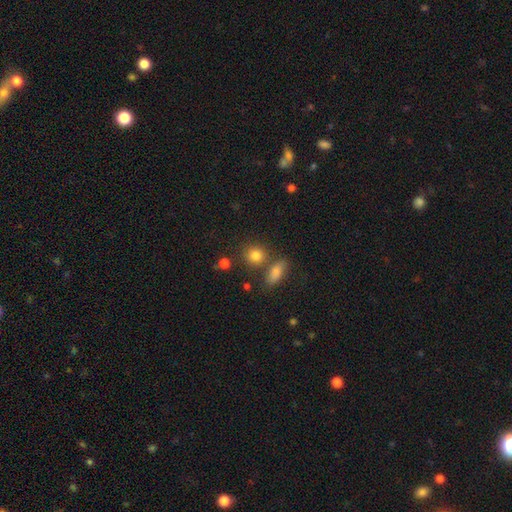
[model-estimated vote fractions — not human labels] Morphology: type=smooth (82%); roundness=round (78%); merging=none (69%).